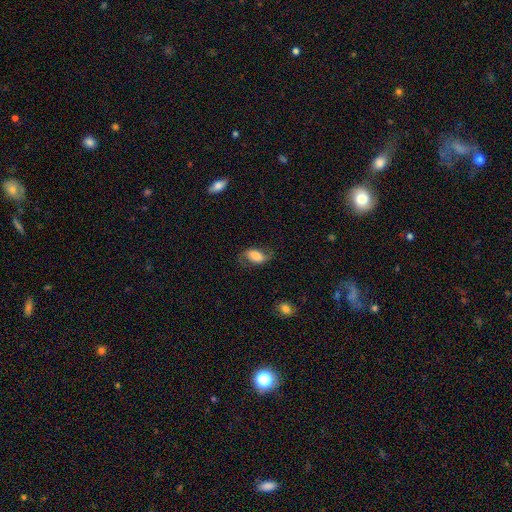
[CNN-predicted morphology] The model was most divided on "smooth or featured": smooth: 52%, featured or disk: 40%, star or artifact: 9%. More confident: how rounded — in between (87%); merging — none (64%).